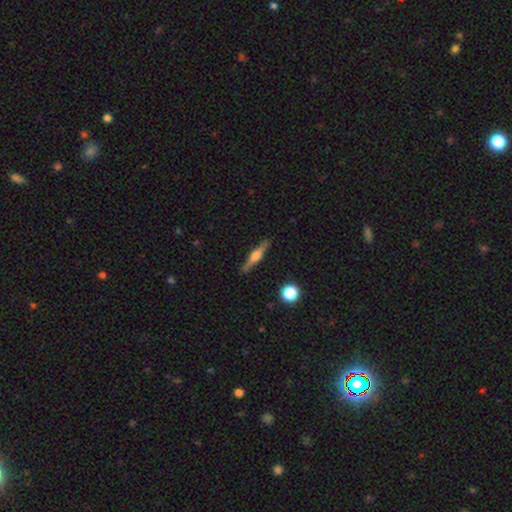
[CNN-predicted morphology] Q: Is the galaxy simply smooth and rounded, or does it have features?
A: featured or disk — 62%.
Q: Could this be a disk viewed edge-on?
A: yes — 97%.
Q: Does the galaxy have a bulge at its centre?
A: rounded — 78%.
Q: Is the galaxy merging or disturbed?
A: none — 88%.